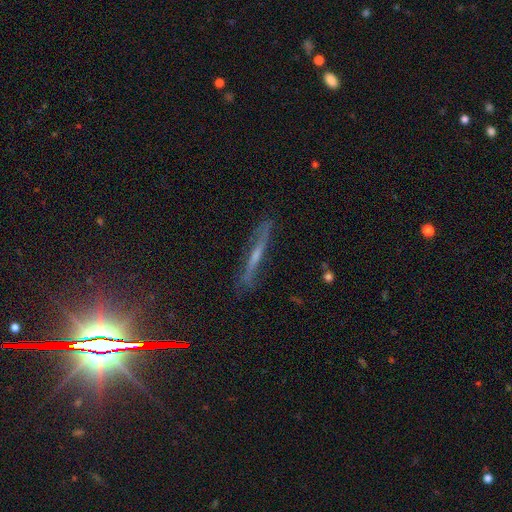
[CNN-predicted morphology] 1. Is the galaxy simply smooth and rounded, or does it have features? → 64% featured or disk, 23% smooth, 13% star or artifact.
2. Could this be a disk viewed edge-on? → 86% yes, 14% no.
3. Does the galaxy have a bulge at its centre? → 45% rounded, 44% none, 10% boxy.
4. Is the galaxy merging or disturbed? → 79% none, 15% minor disturbance, 4% major disturbance, 2% merger.